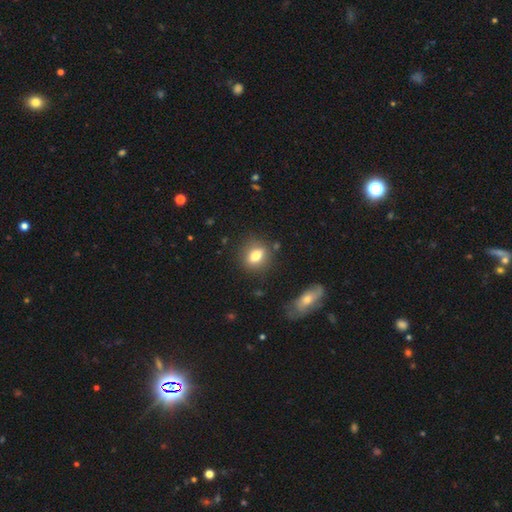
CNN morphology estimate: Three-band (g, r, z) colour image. It shows a smooth galaxy with no disk features (76%) that is in between round and cigar-shaped (64%). Merging: none (81%).